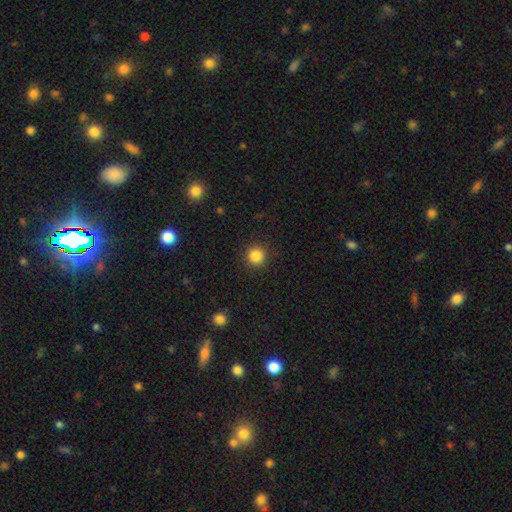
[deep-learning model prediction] Smooth or featured?
  - smooth: 85% *
  - star or artifact: 11%
  - featured or disk: 4%
How rounded?
  - round: 94% *
  - in between: 5%
  - cigar-shaped: 1%
Merging?
  - none: 91% *
  - minor disturbance: 6%
  - major disturbance: 2%
  - merger: 1%